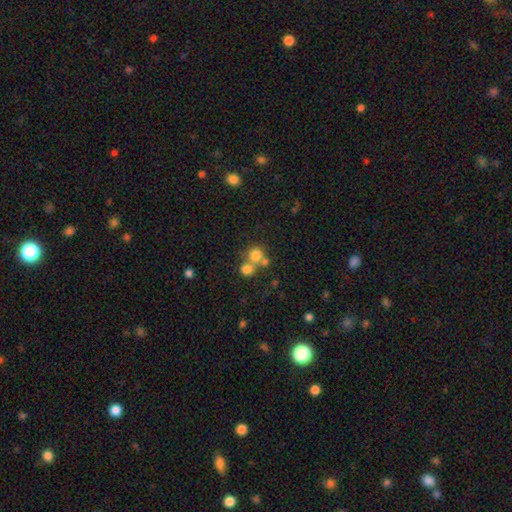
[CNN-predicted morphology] Smooth or featured?
  - smooth: 75% *
  - star or artifact: 14%
  - featured or disk: 11%
How rounded?
  - round: 88% *
  - in between: 11%
  - cigar-shaped: 1%
Merging?
  - none: 47% *
  - merger: 43%
  - minor disturbance: 6%
  - major disturbance: 3%